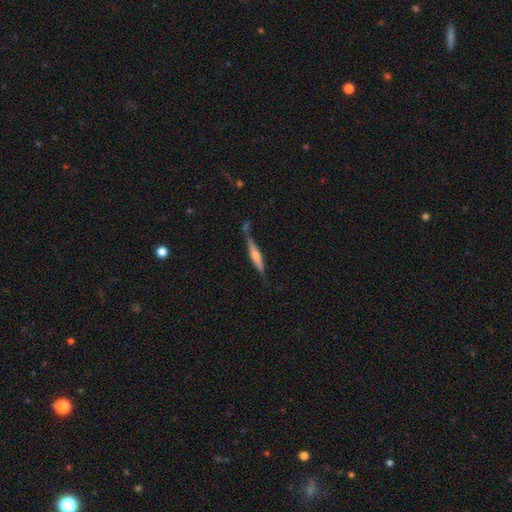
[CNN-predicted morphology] A featured or disk galaxy (62%) viewed edge-on (95%) with a rounded central bulge (74%).

Vote fractions:
- Smooth or featured? featured or disk: 62% / smooth: 31% / star or artifact: 6%
- Edge-on disk? yes: 95% / no: 5%
- Edge-on bulge? rounded: 74% / boxy: 14% / none: 12%
- Merging? none: 64% / minor disturbance: 20% / merger: 9% / major disturbance: 7%